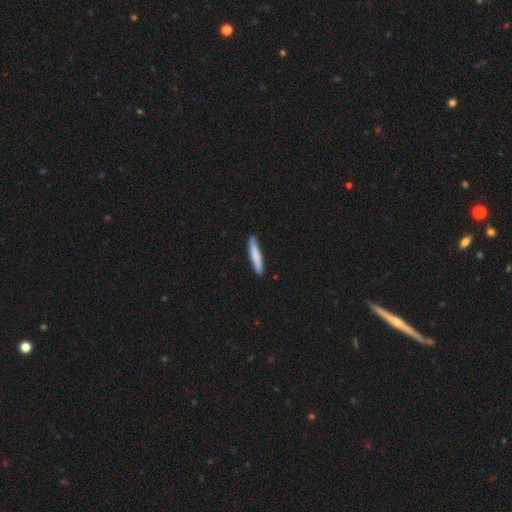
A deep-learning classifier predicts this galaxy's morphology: Smooth or featured? Predicted: smooth (p=0.81). How rounded? Predicted: cigar-shaped (p=0.93). Merging? Predicted: none (p=0.89).